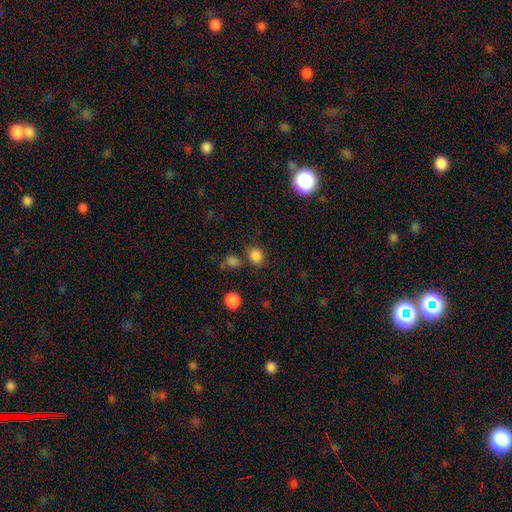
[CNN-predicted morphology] A smooth galaxy with no disk features (82%) that is round (78%).

Vote fractions:
- Smooth or featured? smooth: 82% / star or artifact: 14% / featured or disk: 4%
- How rounded? round: 78% / in between: 21% / cigar-shaped: 1%
- Merging? none: 76% / minor disturbance: 10% / merger: 10% / major disturbance: 4%